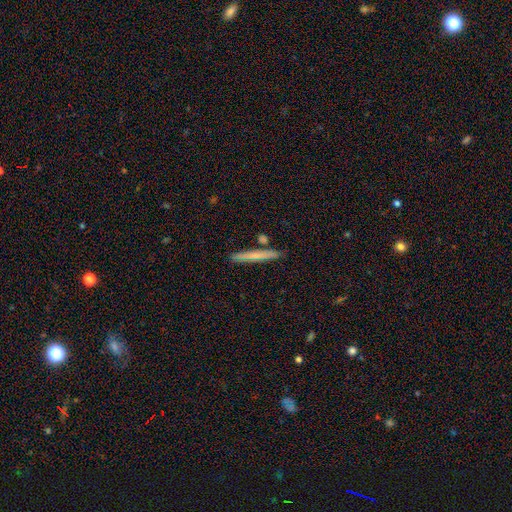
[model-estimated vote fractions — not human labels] Morphology: type=smooth (63%); roundness=cigar-shaped (96%); merging=none (87%).